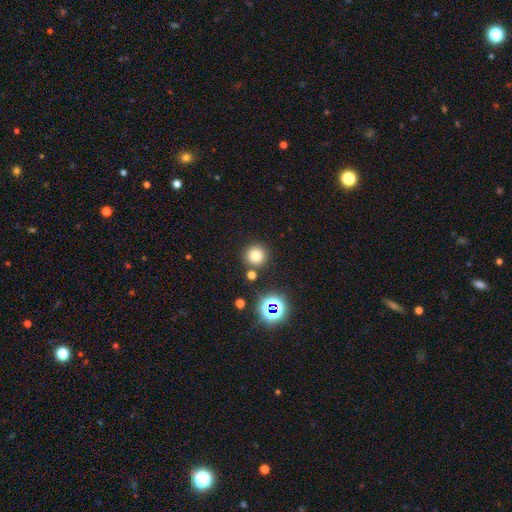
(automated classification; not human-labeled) A smooth galaxy with no disk features (76%) that is round (94%). Merging: none (83%).